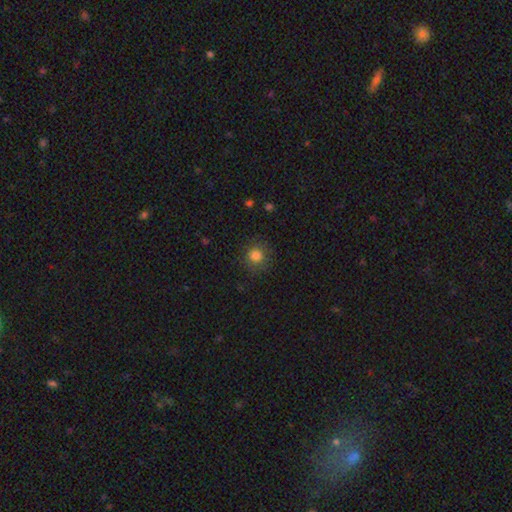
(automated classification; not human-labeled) smooth 82%, star or artifact 12%, featured or disk 6%. Down the decision tree: how rounded — round (91%); merging — none (85%).